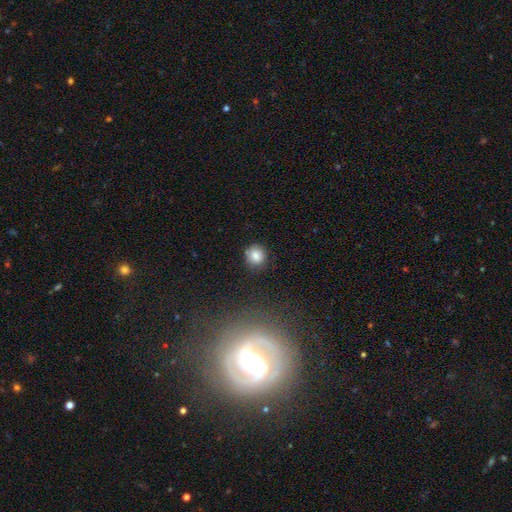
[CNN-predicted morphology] This appears to be a smooth galaxy with no disk features (84%) that is round (90%). Merging: none (86%).